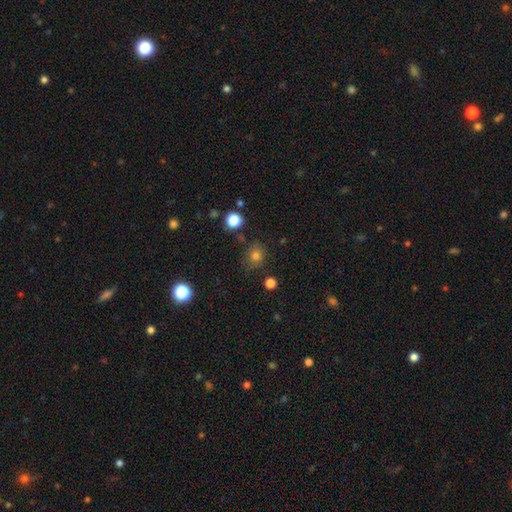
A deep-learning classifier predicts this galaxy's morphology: A smooth galaxy with no disk features (77%) that is round (73%).

Vote fractions:
- Smooth or featured? smooth: 77% / star or artifact: 17% / featured or disk: 7%
- How rounded? round: 73% / in between: 26% / cigar-shaped: 1%
- Merging? none: 78% / minor disturbance: 15% / major disturbance: 4% / merger: 3%